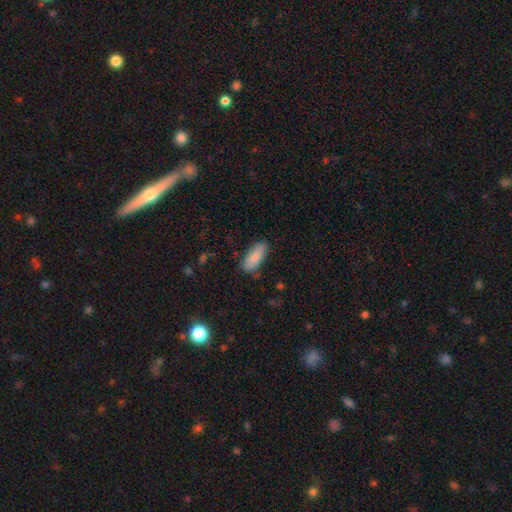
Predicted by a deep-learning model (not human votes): Overall: smooth (85%). How rounded: in between (80%). Merging: none (82%).